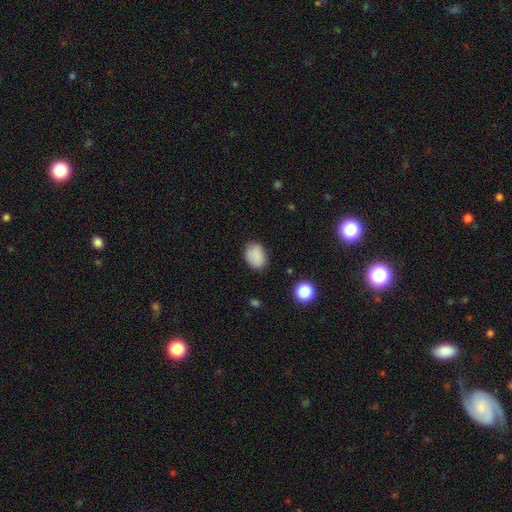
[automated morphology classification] Q: Smooth or featured?
A: smooth (85%); runner-up: star or artifact (9%)
Q: How rounded?
A: in between (70%); runner-up: round (29%)
Q: Merging?
A: none (78%); runner-up: minor disturbance (17%)